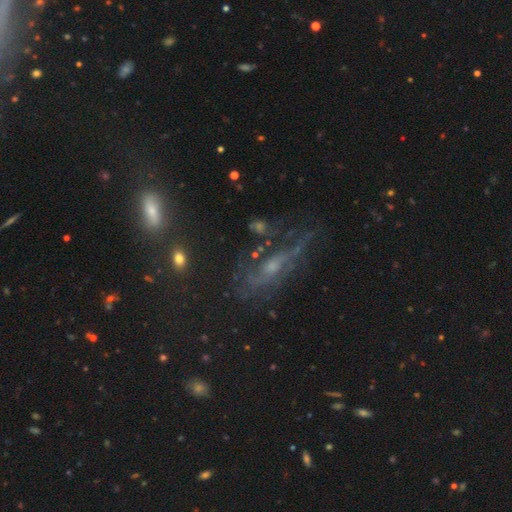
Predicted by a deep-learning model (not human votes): A featured or disk galaxy (64%) with no bar (61%), spiral arms (71%) and a small central bulge (56%).

Vote fractions:
- Smooth or featured? featured or disk: 64% / smooth: 18% / star or artifact: 18%
- Edge-on disk? no: 79% / yes: 21%
- Bar? no: 61% / weak: 30% / strong: 9%
- Spiral arms? yes: 71% / no: 29%
- Bulge size? small: 56% / moderate: 30% / none: 9% / large: 3% / dominant: 2%
- Merging? none: 49% / major disturbance: 24% / minor disturbance: 21% / merger: 6%